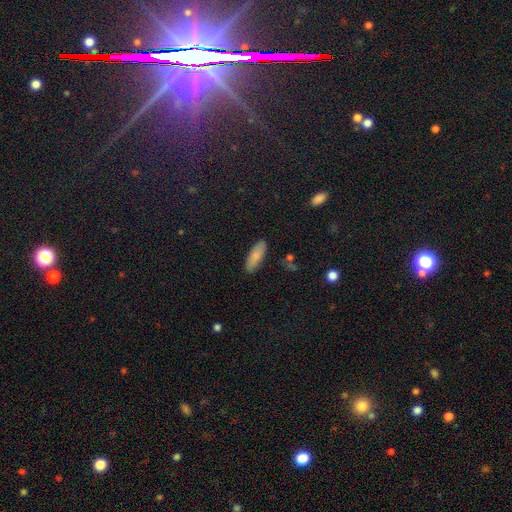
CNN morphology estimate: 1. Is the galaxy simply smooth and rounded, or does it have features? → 83% smooth, 11% featured or disk, 6% star or artifact.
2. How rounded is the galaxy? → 58% in between, 40% cigar-shaped, 2% round.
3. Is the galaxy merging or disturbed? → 88% none, 9% minor disturbance, 2% major disturbance, 1% merger.